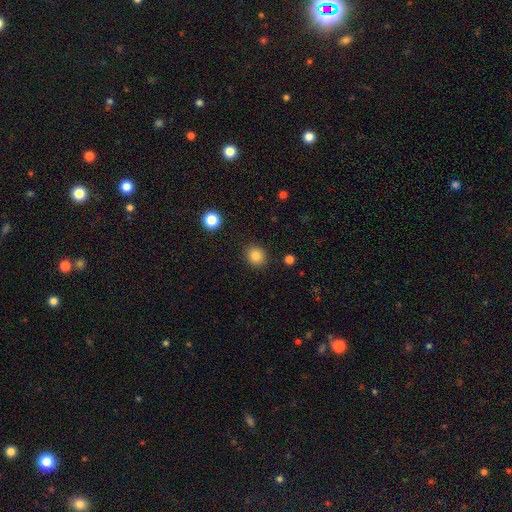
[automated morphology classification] A smooth galaxy with no disk features (84%) that is round (82%).

Vote fractions:
- Smooth or featured? smooth: 84% / star or artifact: 11% / featured or disk: 5%
- How rounded? round: 82% / in between: 17% / cigar-shaped: 1%
- Merging? none: 90% / minor disturbance: 6% / major disturbance: 2% / merger: 1%